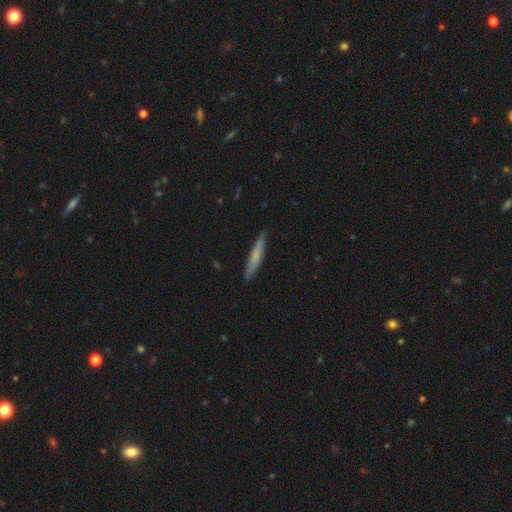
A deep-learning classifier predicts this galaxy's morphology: type=smooth (64%); roundness=cigar-shaped (93%); merging=none (86%).